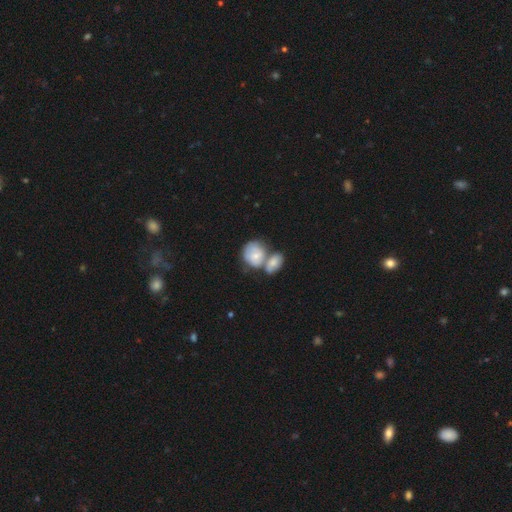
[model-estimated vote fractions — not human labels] Smooth or featured? Predicted: smooth (p=0.63). How rounded? Predicted: round (p=0.57). Merging? Predicted: merger (p=0.62).